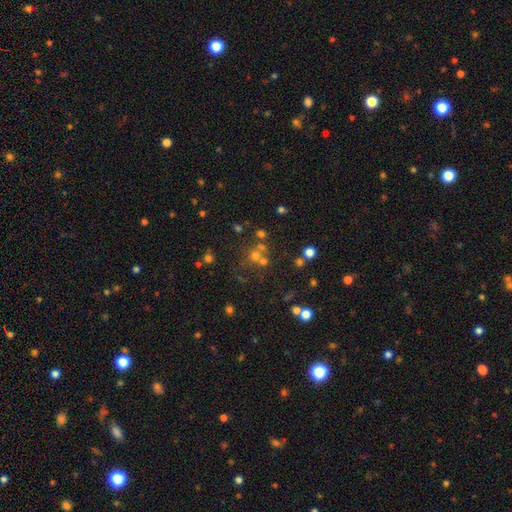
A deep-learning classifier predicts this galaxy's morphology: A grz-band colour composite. It shows a smooth galaxy with no disk features (56%) that is round (86%). Merging: none (55%).